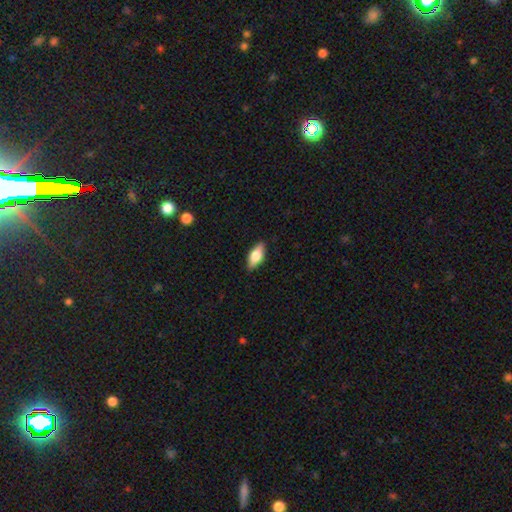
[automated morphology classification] type=smooth (69%); roundness=in between (82%); merging=none (88%).